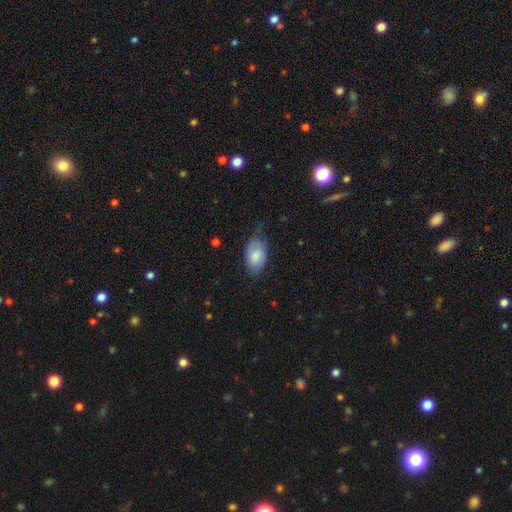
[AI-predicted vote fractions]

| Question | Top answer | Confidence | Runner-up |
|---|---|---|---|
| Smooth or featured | smooth | 78% | featured or disk (16%) |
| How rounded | in between | 93% | round (5%) |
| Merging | none | 50% | minor disturbance (36%) |